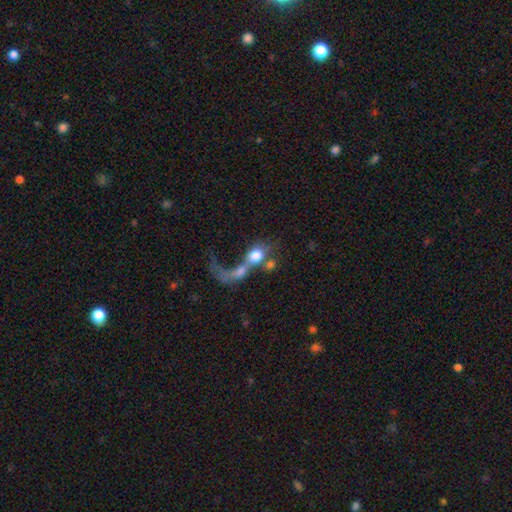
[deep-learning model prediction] A smooth galaxy with no disk features (58%) that is round (52%). Merging: merger (55%).